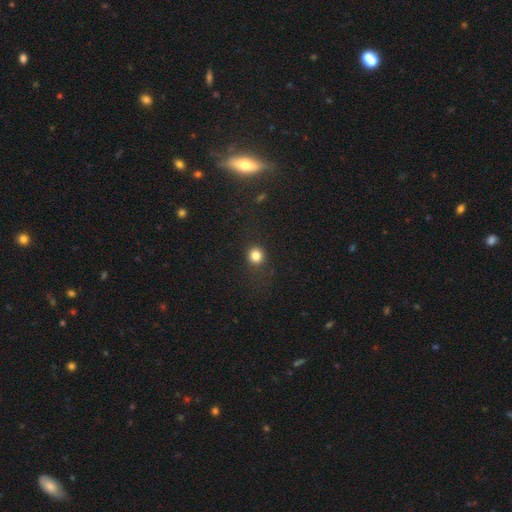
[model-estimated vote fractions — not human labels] Smooth or featured? smooth (82%)
How rounded? round (89%)
Merging? none (86%)